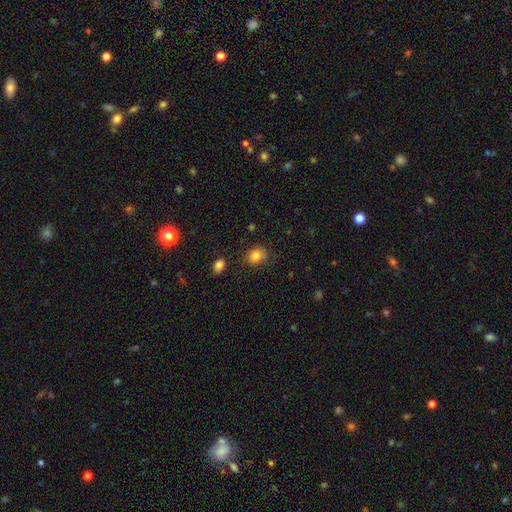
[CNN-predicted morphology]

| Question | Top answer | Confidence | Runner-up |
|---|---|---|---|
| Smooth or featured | smooth | 82% | star or artifact (10%) |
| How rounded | round | 51% | in between (48%) |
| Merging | none | 77% | minor disturbance (16%) |